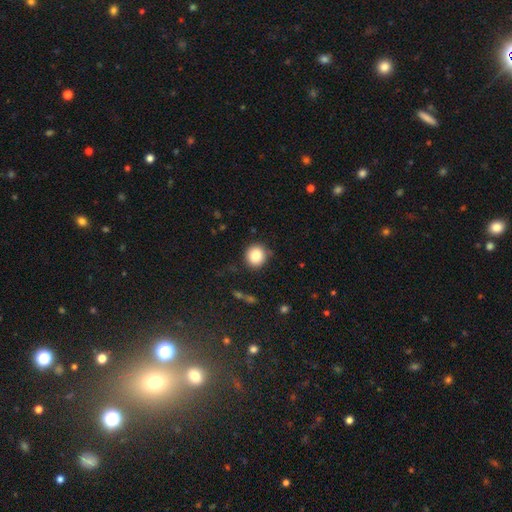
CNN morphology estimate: smooth-or-featured: smooth: 83% | star or artifact: 10% | featured or disk: 7%
  how-rounded: round: 91% | in between: 8% | cigar-shaped: 1%
  merging: none: 87% | minor disturbance: 9% | major disturbance: 3% | merger: 2%